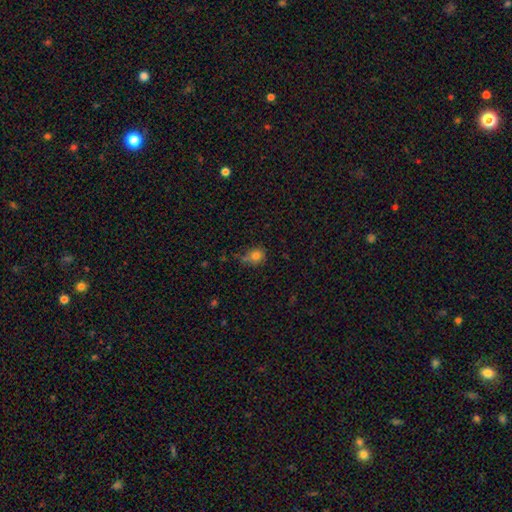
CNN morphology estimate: type=smooth (78%); roundness=round (67%); merging=none (53%).